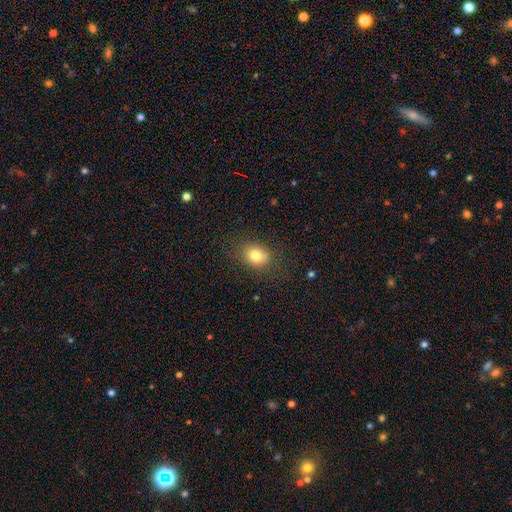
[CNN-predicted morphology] Q: Smooth or featured?
A: smooth (79%); runner-up: star or artifact (11%)
Q: How rounded?
A: round (54%); runner-up: in between (45%)
Q: Merging?
A: none (78%); runner-up: minor disturbance (15%)